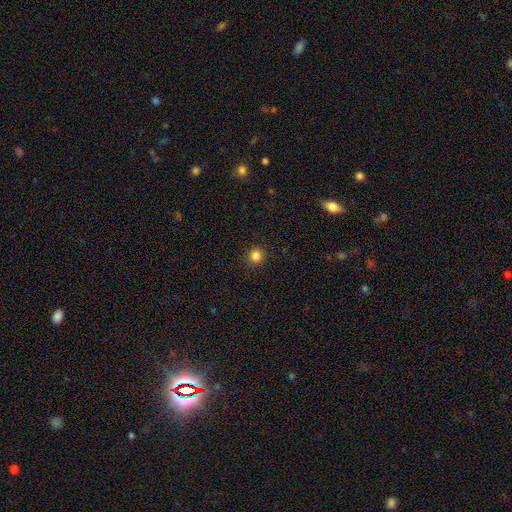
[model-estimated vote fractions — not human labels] smooth 84%, star or artifact 13%, featured or disk 4%. Down the decision tree: how rounded — round (94%); merging — none (92%).